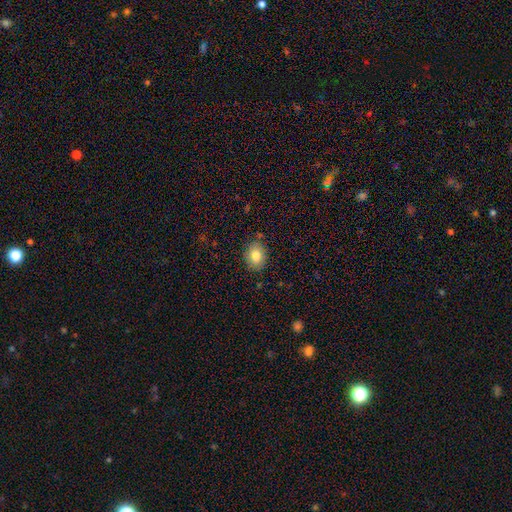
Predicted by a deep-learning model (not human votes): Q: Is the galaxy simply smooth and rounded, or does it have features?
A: smooth — 80%.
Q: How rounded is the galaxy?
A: in between — 55%.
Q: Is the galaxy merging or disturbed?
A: none — 84%.